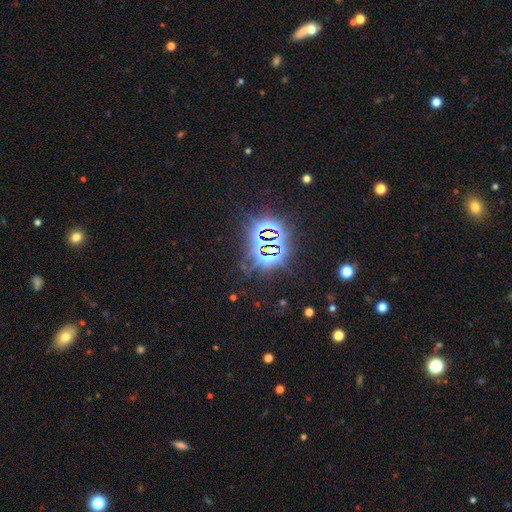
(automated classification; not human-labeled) smooth-or-featured: star or artifact: 82% | smooth: 11% | featured or disk: 8%